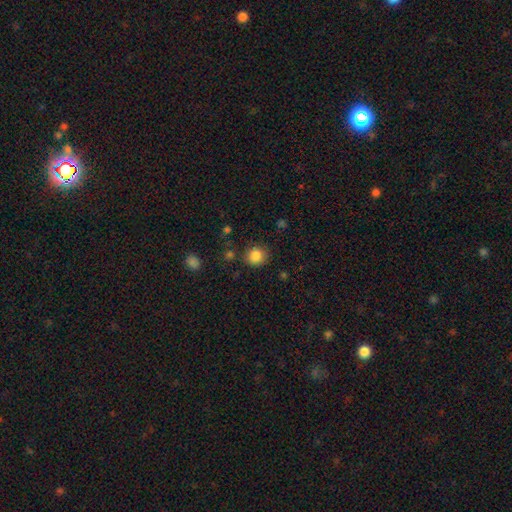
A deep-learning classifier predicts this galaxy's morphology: Smooth or featured?
  - smooth: 85% *
  - star or artifact: 10%
  - featured or disk: 4%
How rounded?
  - round: 89% *
  - in between: 10%
  - cigar-shaped: 1%
Merging?
  - none: 85% *
  - minor disturbance: 9%
  - major disturbance: 3%
  - merger: 3%